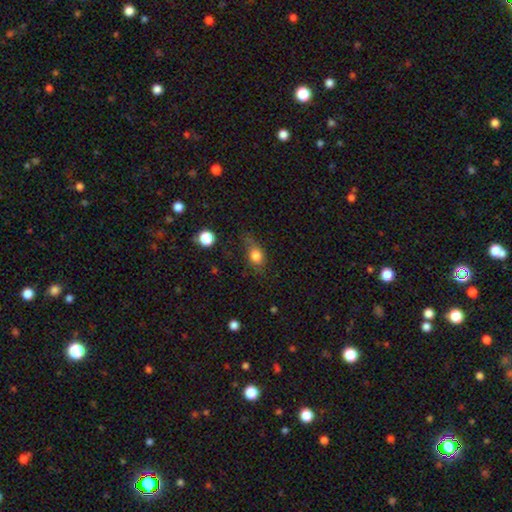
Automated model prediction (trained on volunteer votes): Smooth or featured: smooth — 77% (featured or disk — 13%)
How rounded: in between — 56% (round — 40%)
Merging: none — 53% (minor disturbance — 30%)